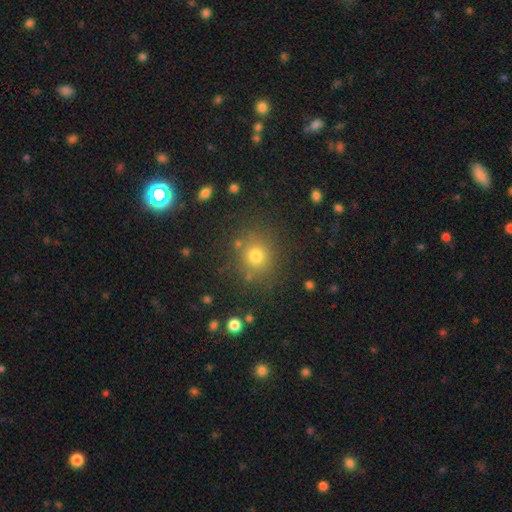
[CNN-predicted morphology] The model was most divided on "smooth or featured": smooth: 74%, star or artifact: 17%, featured or disk: 8%. More confident: how rounded — round (83%); merging — none (82%).